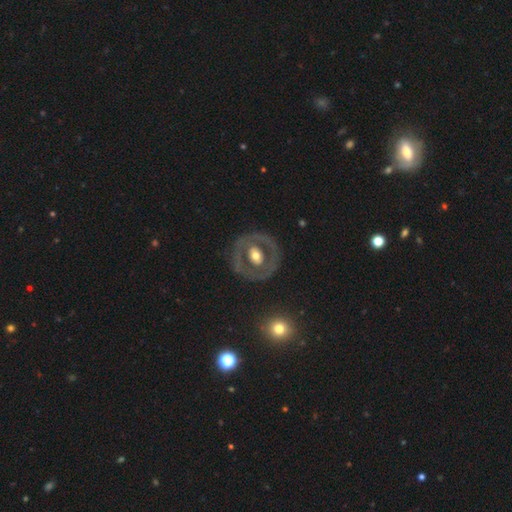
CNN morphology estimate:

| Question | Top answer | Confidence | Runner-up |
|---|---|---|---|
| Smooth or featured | featured or disk | 63% | smooth (31%) |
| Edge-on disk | no | 95% | yes (5%) |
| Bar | no | 69% | weak (19%) |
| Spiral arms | no | 83% | yes (17%) |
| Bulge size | moderate | 65% | large (23%) |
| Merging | none | 77% | minor disturbance (13%) |